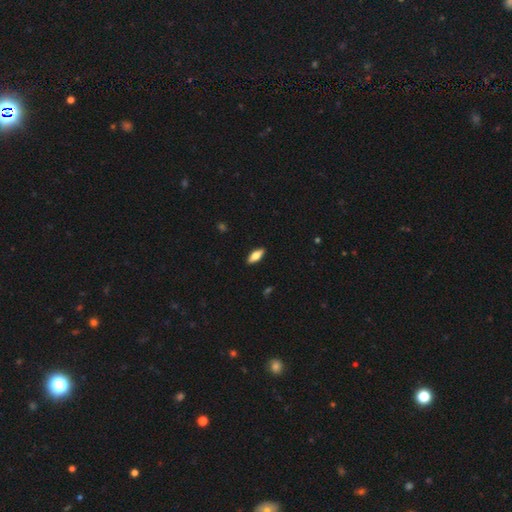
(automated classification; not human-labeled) This is likely a smooth galaxy (66%). How rounded: likely in between (73%). Merging: clearly none (90%).